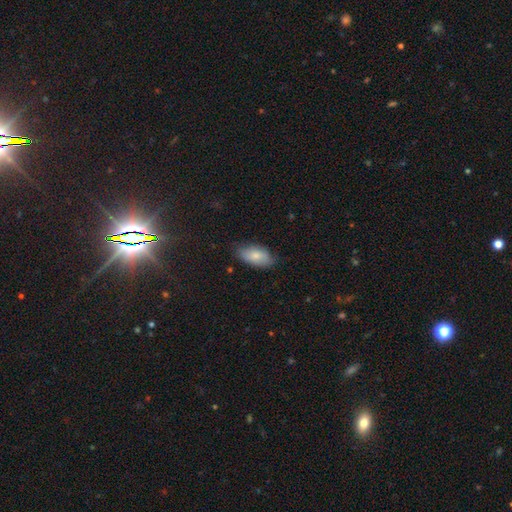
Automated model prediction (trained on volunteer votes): This is likely a smooth galaxy (79%). How rounded: clearly in between (93%). Merging: likely none (71%).